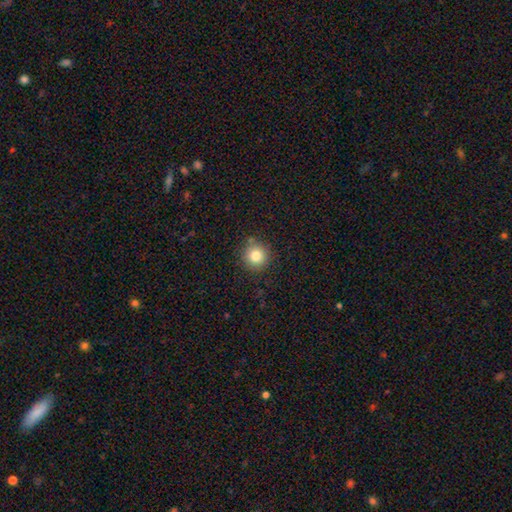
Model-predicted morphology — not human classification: type=smooth (82%); roundness=round (94%); merging=none (85%).